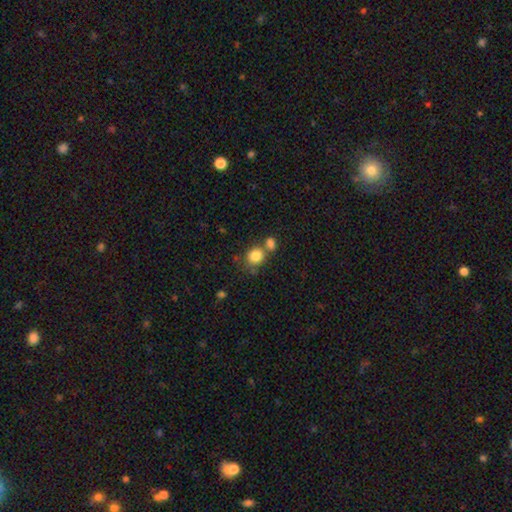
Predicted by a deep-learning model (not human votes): smooth 83%, star or artifact 10%, featured or disk 7%. Down the decision tree: how rounded — round (78%); merging — none (51%).